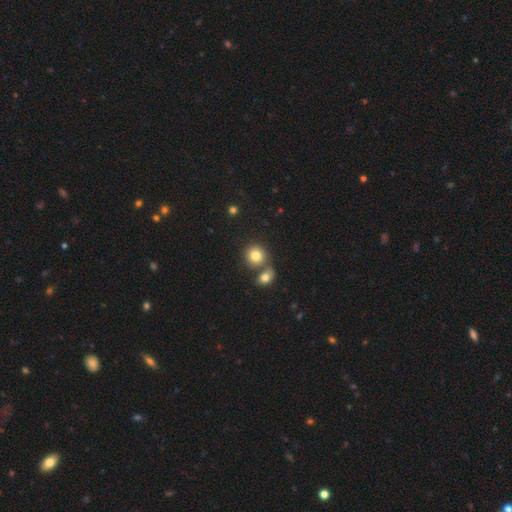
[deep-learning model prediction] The model was most divided on "merging": none: 55%, merger: 34%, minor disturbance: 8%, major disturbance: 3%. More confident: how rounded — round (84%); smooth or featured — smooth (80%).